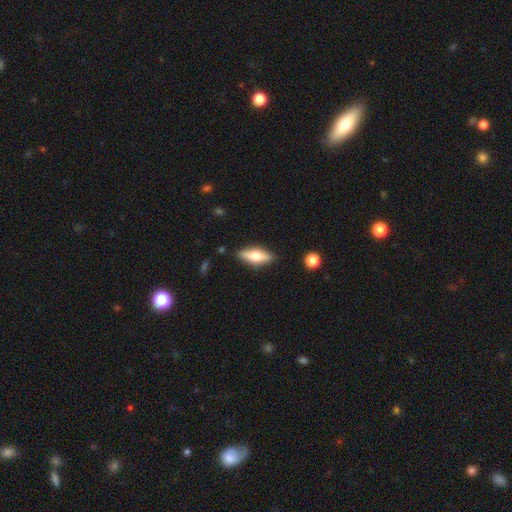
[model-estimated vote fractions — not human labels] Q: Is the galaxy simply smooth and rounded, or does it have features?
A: smooth — 52%.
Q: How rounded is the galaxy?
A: in between — 60%.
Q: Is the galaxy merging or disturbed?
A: none — 85%.